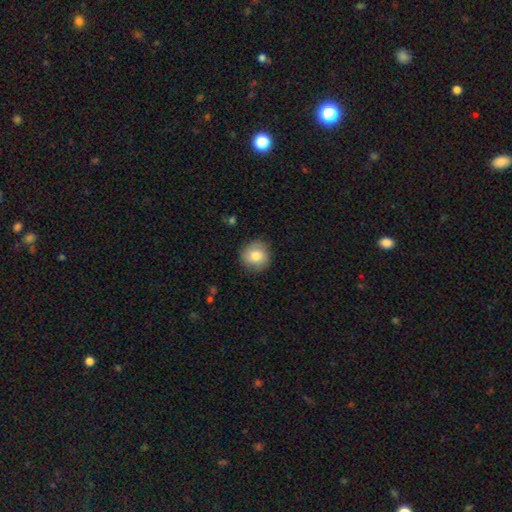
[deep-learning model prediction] smooth 80%, featured or disk 12%, star or artifact 8%. Down the decision tree: how rounded — round (91%); merging — none (86%).